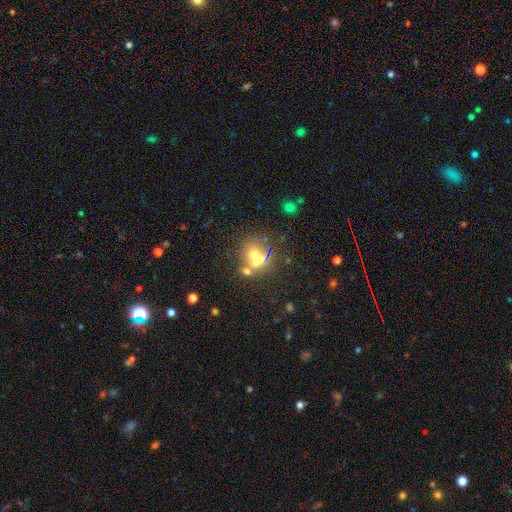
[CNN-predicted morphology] type=smooth (51%); roundness=round (77%); merging=none (42%).